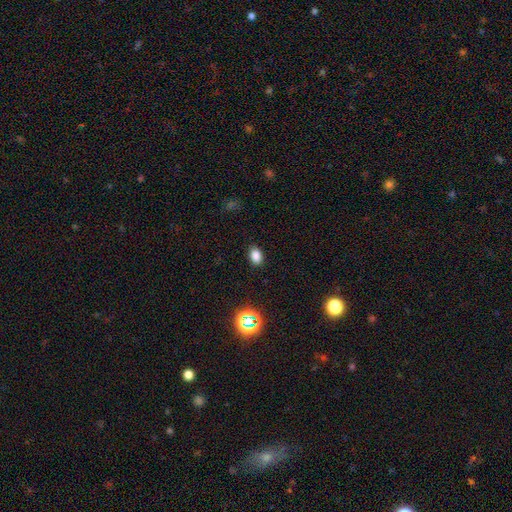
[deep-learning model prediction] A smooth galaxy with no disk features (81%) that is in between round and cigar-shaped (79%). Merging: none (87%).